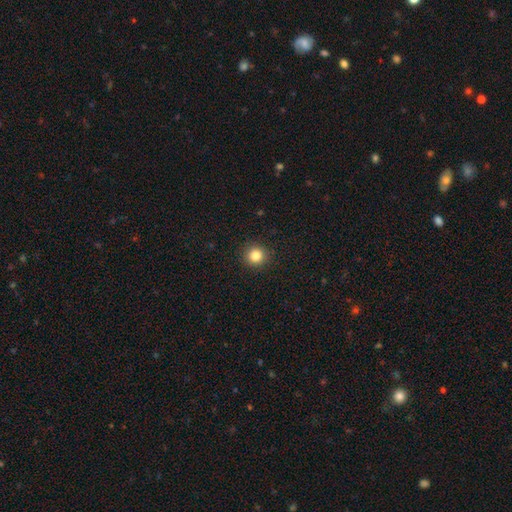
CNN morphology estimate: smooth 84%, star or artifact 12%, featured or disk 5%. Down the decision tree: how rounded — round (94%); merging — none (92%).